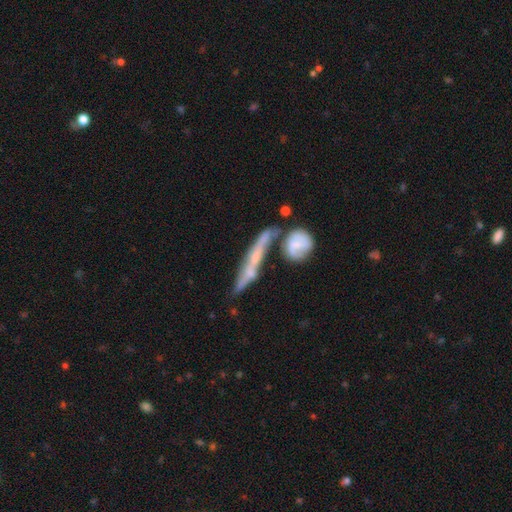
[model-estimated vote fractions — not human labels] Morphology: type=featured or disk (59%); edge-on=yes (77%); merging=none (48%).